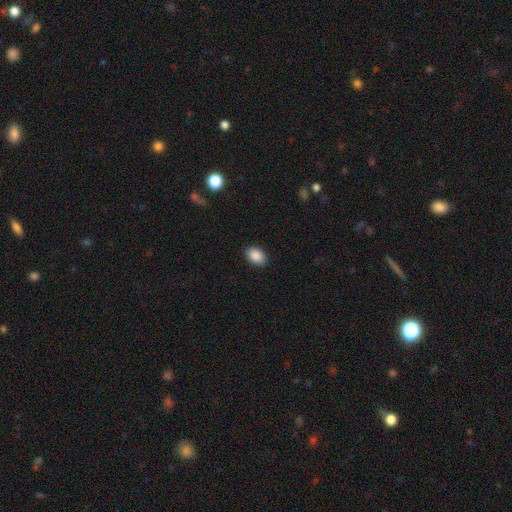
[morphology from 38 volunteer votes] A smooth galaxy with no disk features (87%) that is in between round and cigar-shaped (91%). Merging: none (83%).